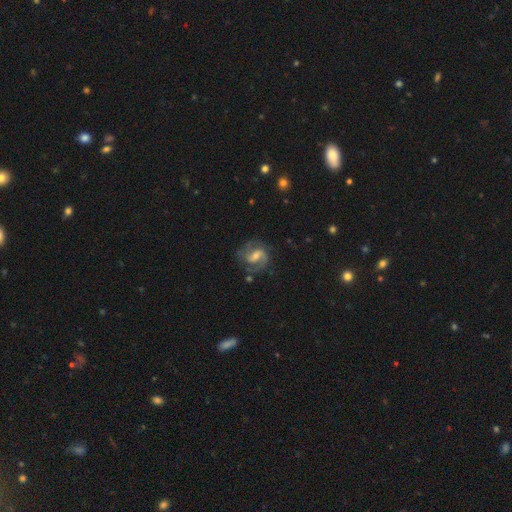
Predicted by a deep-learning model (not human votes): A featured or disk galaxy (84%) with a weak bar (55%), 2 (81%) medium (55%) spiral arms (96%) and a moderate central bulge (50%).

Vote fractions:
- Smooth or featured? featured or disk: 84% / smooth: 10% / star or artifact: 6%
- Edge-on disk? no: 98% / yes: 2%
- Bar? weak: 55% / no: 23% / strong: 22%
- Spiral arms? yes: 96% / no: 4%
- Spiral winding? medium: 55% / tight: 25% / loose: 20%
- Spiral arm count? 2: 81% / 3: 6% / can't tell: 6% / 1: 3% / 4: 2% / more than 4: 1%
- Bulge size? moderate: 50% / small: 39% / large: 5% / none: 5% / dominant: 1%
- Merging? none: 71% / minor disturbance: 17% / major disturbance: 9% / merger: 3%